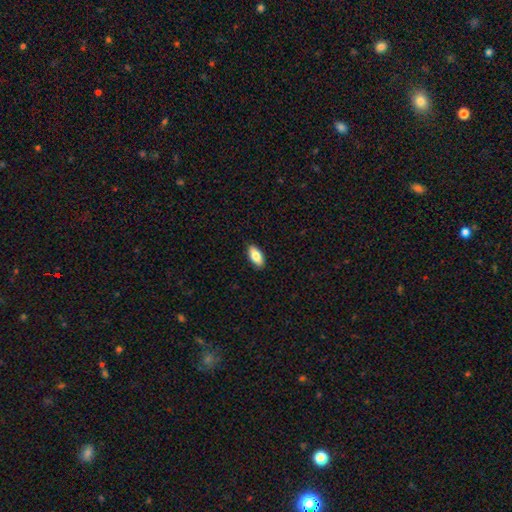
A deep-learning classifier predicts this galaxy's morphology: Smooth or featured: smooth — 82% (featured or disk — 12%)
How rounded: in between — 90% (cigar-shaped — 7%)
Merging: none — 90% (minor disturbance — 8%)